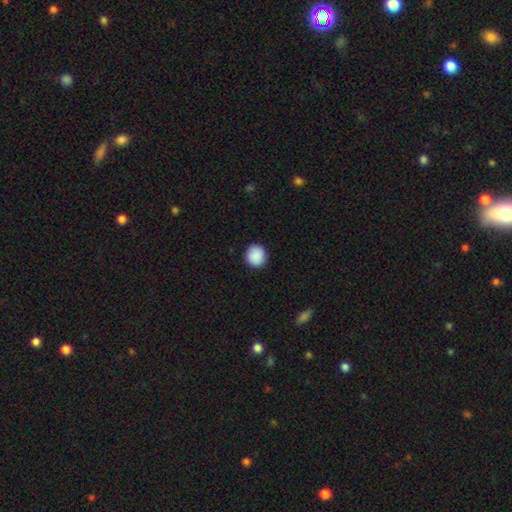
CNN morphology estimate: smooth_or_featured: smooth (p=0.90) [alt: star or artifact p=0.07]
how_rounded: round (p=0.90) [alt: in between p=0.09]
merging: none (p=0.91) [alt: minor disturbance p=0.06]